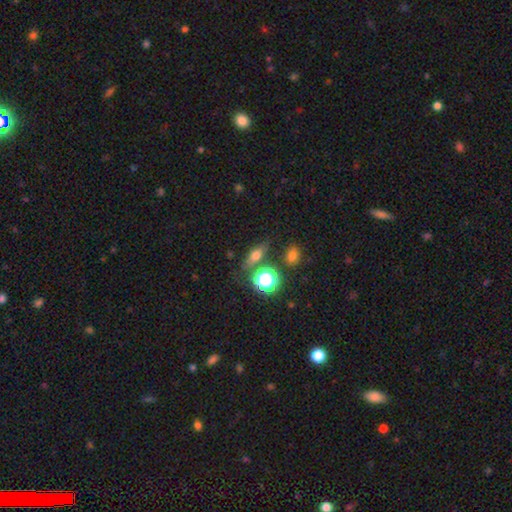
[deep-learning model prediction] Overall: smooth (59%; featured or disk 22%). How rounded: in between (47%; round 29%). Merging: none (77%).